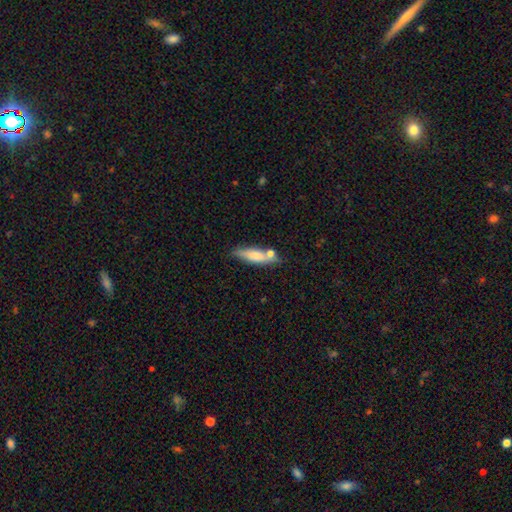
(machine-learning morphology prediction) type=smooth (66%); roundness=cigar-shaped (63%); merging=none (60%).